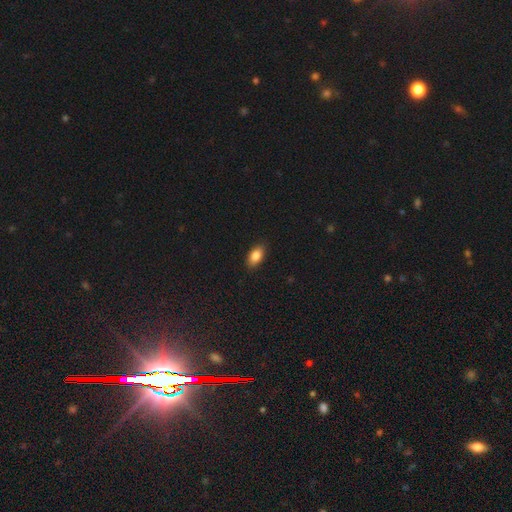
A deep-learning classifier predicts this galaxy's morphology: Smooth or featured? smooth (85%)
How rounded? in between (91%)
Merging? none (88%)